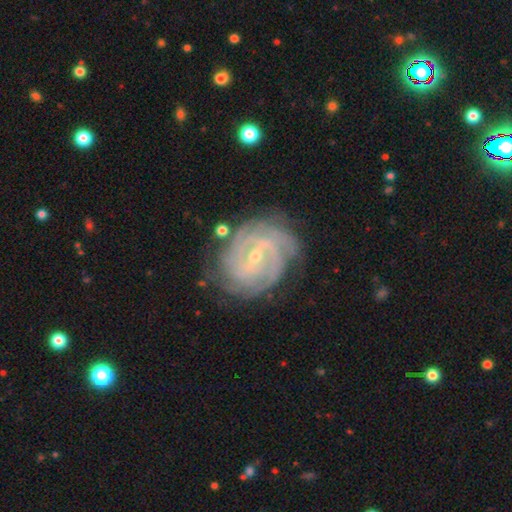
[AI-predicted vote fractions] smooth-or-featured: featured or disk: 89% | smooth: 6% | star or artifact: 5%
  disk-edge-on: no: 97% | yes: 3%
    bar: weak: 53% | no: 24% | strong: 23%
    has-spiral-arms: yes: 97% | no: 3%
      spiral-winding: tight: 73% | medium: 23% | loose: 4%
      spiral-arm-count: can't tell: 25% | 3: 22% | 4: 21% | 2: 19% | more than 4: 7% | 1: 6%
    bulge-size: small: 68% | moderate: 29% | none: 1% | large: 1% | dominant: 1%
  merging: none: 73% | minor disturbance: 18% | major disturbance: 6% | merger: 2%